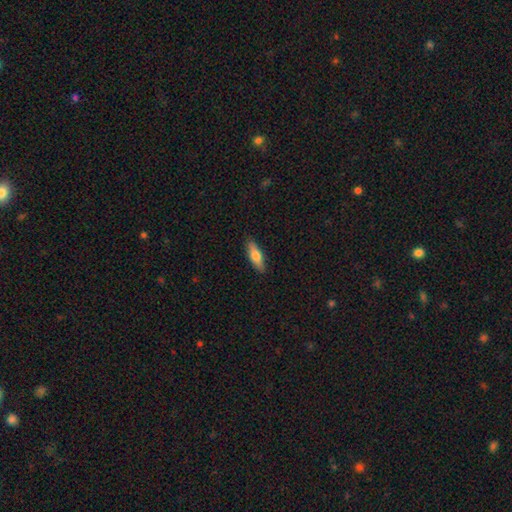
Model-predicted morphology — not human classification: This appears to be a smooth galaxy with no disk features (71%) that is in between round and cigar-shaped (53%). Merging: none (89%).